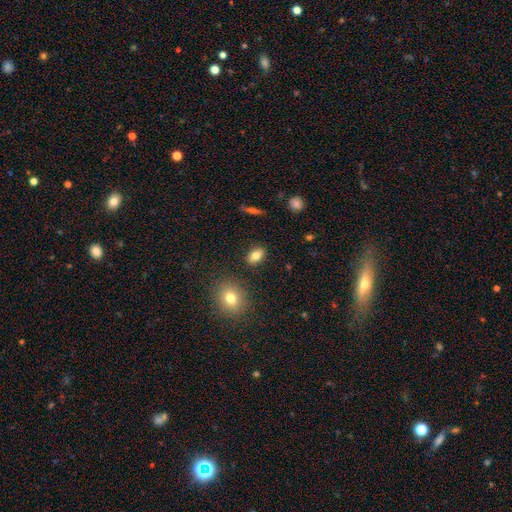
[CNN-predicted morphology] smooth_or_featured: smooth (p=0.80) [alt: featured or disk p=0.11]
how_rounded: in between (p=0.84) [alt: round p=0.12]
merging: none (p=0.88) [alt: minor disturbance p=0.08]